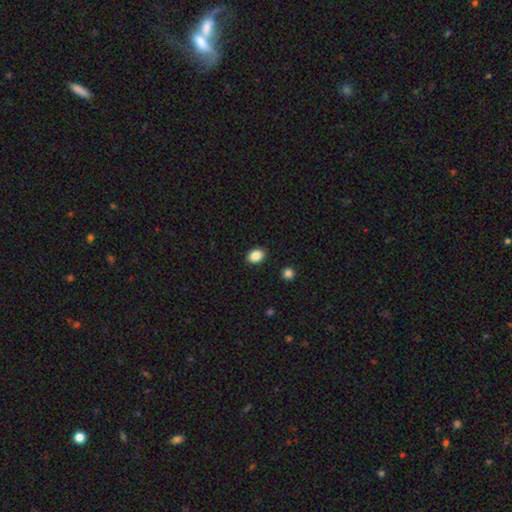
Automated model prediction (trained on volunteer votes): smooth_or_featured: smooth (p=0.87) [alt: star or artifact p=0.09]
how_rounded: in between (p=0.67) [alt: round p=0.32]
merging: none (p=0.90) [alt: minor disturbance p=0.07]